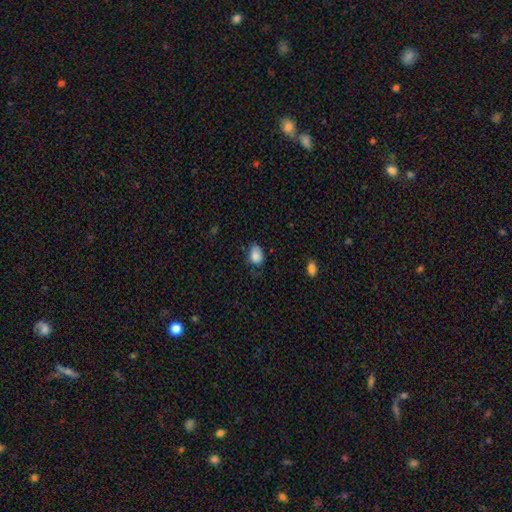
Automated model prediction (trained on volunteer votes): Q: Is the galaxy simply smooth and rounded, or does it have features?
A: smooth — 85%.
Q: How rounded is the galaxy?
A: in between — 73%.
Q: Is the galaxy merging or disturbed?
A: none — 57%.